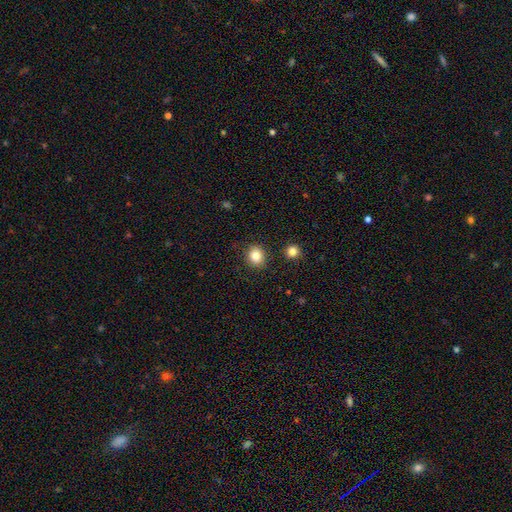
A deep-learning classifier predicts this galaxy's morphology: smooth-or-featured: smooth: 84% | star or artifact: 11% | featured or disk: 5%
  how-rounded: round: 76% | in between: 23% | cigar-shaped: 1%
  merging: none: 87% | minor disturbance: 8% | major disturbance: 2% | merger: 2%